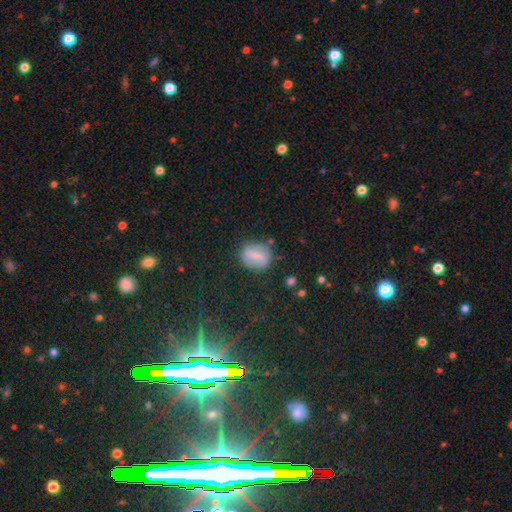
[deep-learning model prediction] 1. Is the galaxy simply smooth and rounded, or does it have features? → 59% smooth, 30% featured or disk, 11% star or artifact.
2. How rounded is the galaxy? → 49% round, 47% in between, 4% cigar-shaped.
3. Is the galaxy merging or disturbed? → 72% none, 18% minor disturbance, 7% major disturbance, 3% merger.